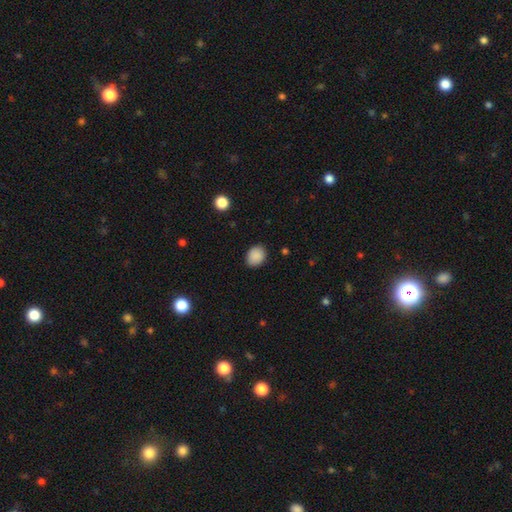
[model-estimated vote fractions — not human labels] Q: Smooth or featured?
A: smooth (89%); runner-up: star or artifact (8%)
Q: How rounded?
A: in between (52%); runner-up: round (47%)
Q: Merging?
A: none (85%); runner-up: minor disturbance (12%)